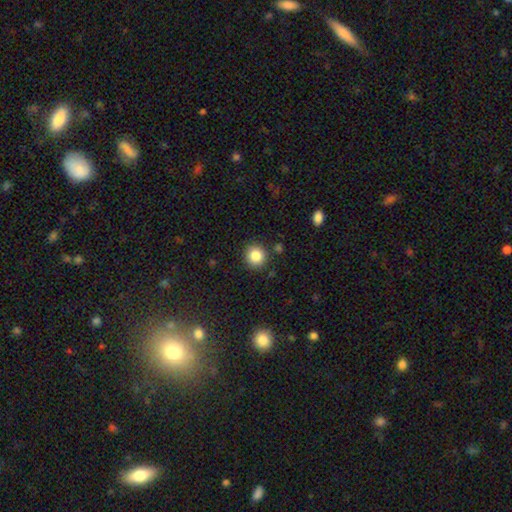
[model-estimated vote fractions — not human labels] Overall: smooth (84%). How rounded: round (93%). Merging: none (89%).